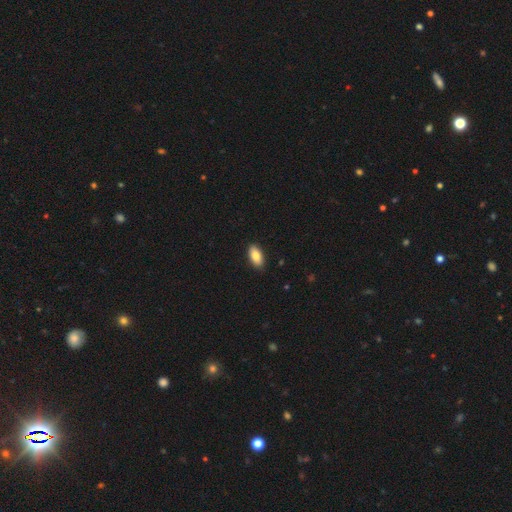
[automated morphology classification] A smooth galaxy with no disk features (84%) that is in between round and cigar-shaped (92%).

Vote fractions:
- Smooth or featured? smooth: 84% / featured or disk: 9% / star or artifact: 7%
- How rounded? in between: 92% / cigar-shaped: 5% / round: 2%
- Merging? none: 89% / minor disturbance: 8% / major disturbance: 2% / merger: 1%